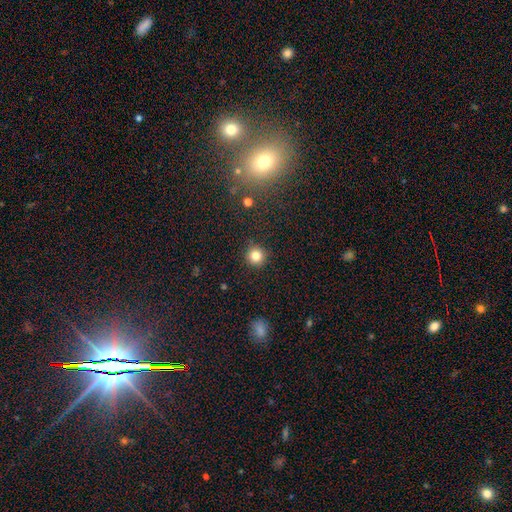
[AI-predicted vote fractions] A smooth galaxy with no disk features (82%) that is round (95%).

Vote fractions:
- Smooth or featured? smooth: 82% / star or artifact: 12% / featured or disk: 6%
- How rounded? round: 95% / in between: 5% / cigar-shaped: 1%
- Merging? none: 91% / minor disturbance: 6% / major disturbance: 2% / merger: 1%